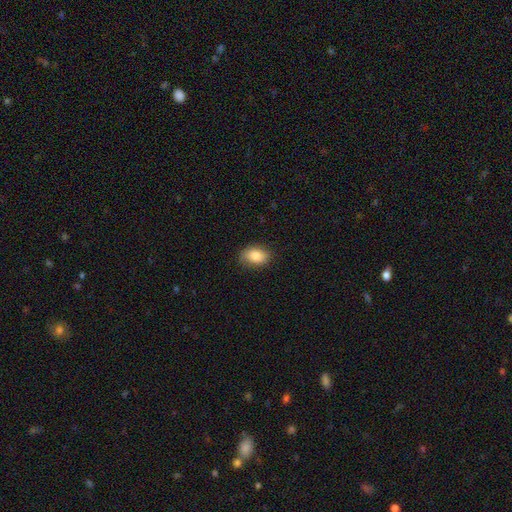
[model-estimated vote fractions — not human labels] This appears to be a smooth galaxy with no disk features (85%) that is in between round and cigar-shaped (81%). Merging: none (82%).